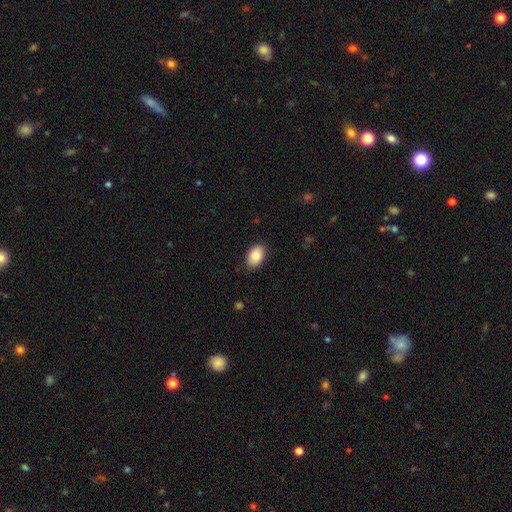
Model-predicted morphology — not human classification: Smooth or featured?
  - smooth: 87% *
  - star or artifact: 7%
  - featured or disk: 6%
How rounded?
  - in between: 90% *
  - round: 8%
  - cigar-shaped: 1%
Merging?
  - none: 87% *
  - minor disturbance: 10%
  - major disturbance: 2%
  - merger: 1%